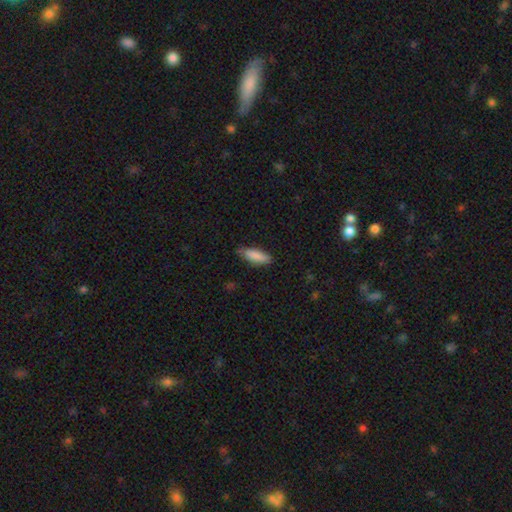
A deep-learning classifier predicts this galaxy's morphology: Smooth or featured? smooth (87%)
How rounded? in between (60%)
Merging? none (71%)